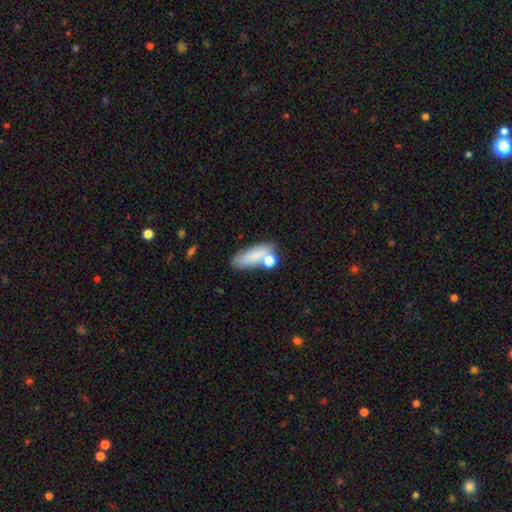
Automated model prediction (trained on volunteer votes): The model was most divided on "how rounded": in between: 61%, cigar-shaped: 31%, round: 8%. More confident: smooth or featured — smooth (77%); merging — none (58%).